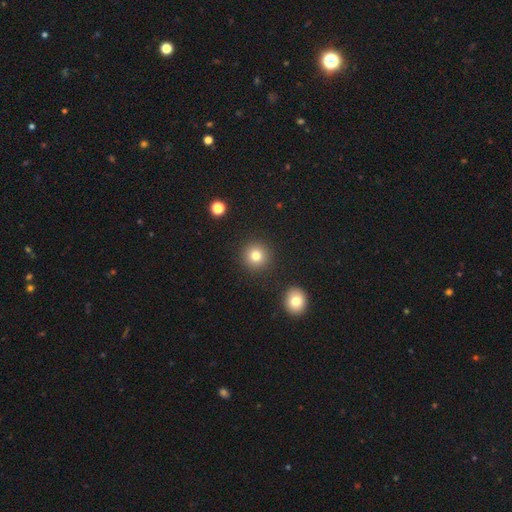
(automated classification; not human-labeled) Smooth or featured: smooth — 80% (star or artifact — 12%)
How rounded: round — 94% (in between — 5%)
Merging: none — 90% (minor disturbance — 5%)